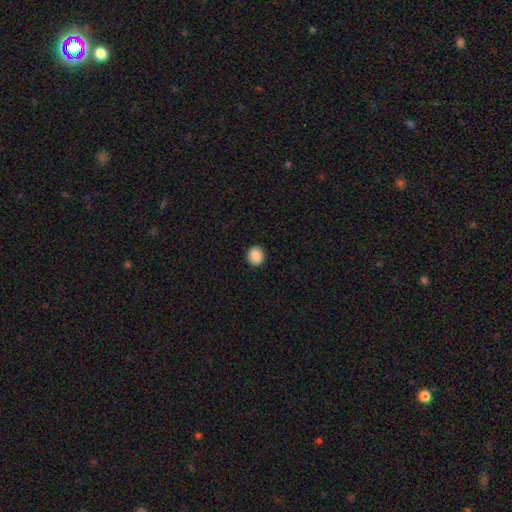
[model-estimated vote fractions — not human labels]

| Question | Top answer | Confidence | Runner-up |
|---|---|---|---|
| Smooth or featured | smooth | 89% | star or artifact (8%) |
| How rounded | round | 81% | in between (18%) |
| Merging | none | 92% | minor disturbance (5%) |